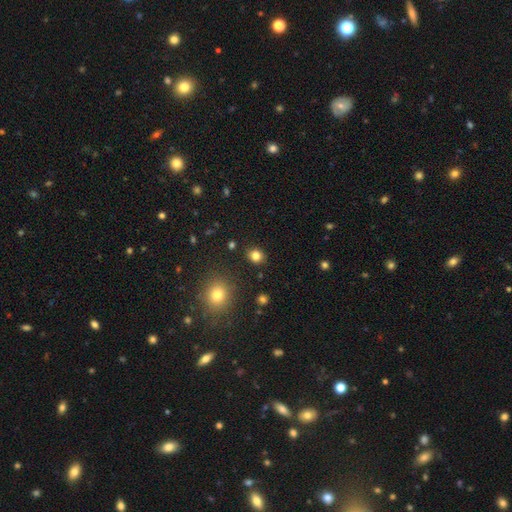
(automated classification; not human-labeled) This appears to be a smooth galaxy with no disk features (82%) that is round (73%). Merging: none (88%).